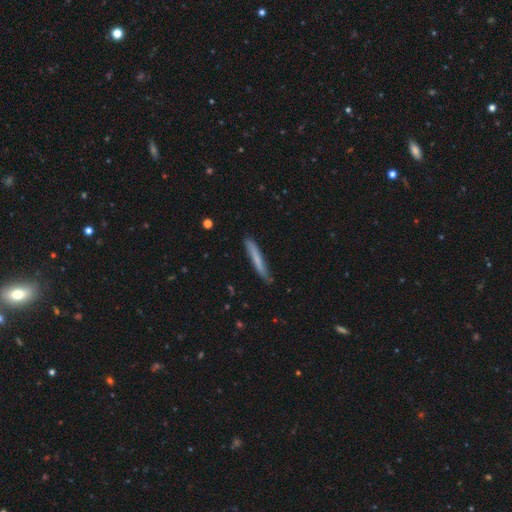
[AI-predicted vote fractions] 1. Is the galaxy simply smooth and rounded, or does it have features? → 66% smooth, 28% featured or disk, 6% star or artifact.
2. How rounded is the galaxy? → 96% cigar-shaped, 3% in between, 1% round.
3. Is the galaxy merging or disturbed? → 81% none, 15% minor disturbance, 2% major disturbance, 2% merger.